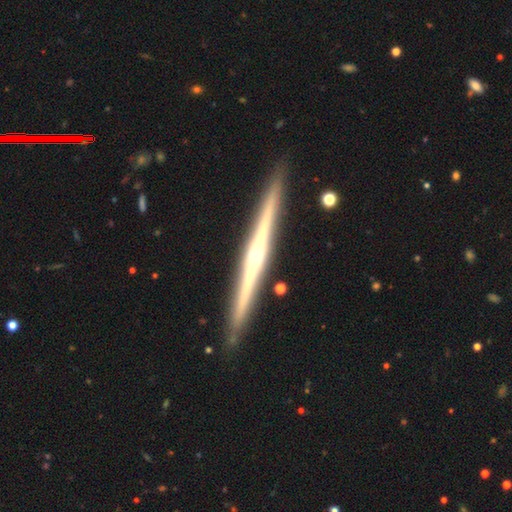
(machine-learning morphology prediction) This is clearly a featured or disk galaxy (85%). It is clearly viewed edge-on (98%). Edge-on bulge: clearly rounded (81%). Merging: clearly none (92%).